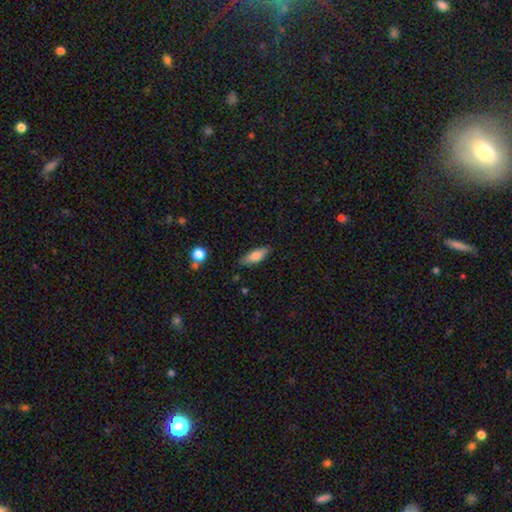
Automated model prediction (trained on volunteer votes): The model was most divided on "how rounded": in between: 65%, cigar-shaped: 33%, round: 3%. More confident: merging — none (82%); smooth or featured — smooth (74%).